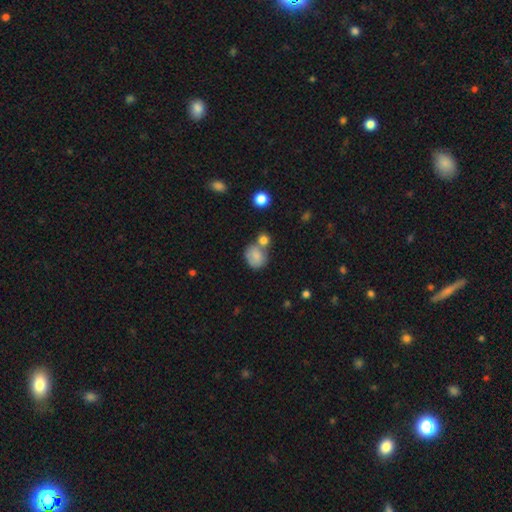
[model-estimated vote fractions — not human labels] Q: Smooth or featured?
A: smooth (78%); runner-up: featured or disk (13%)
Q: How rounded?
A: round (61%); runner-up: in between (38%)
Q: Merging?
A: none (44%); runner-up: merger (34%)